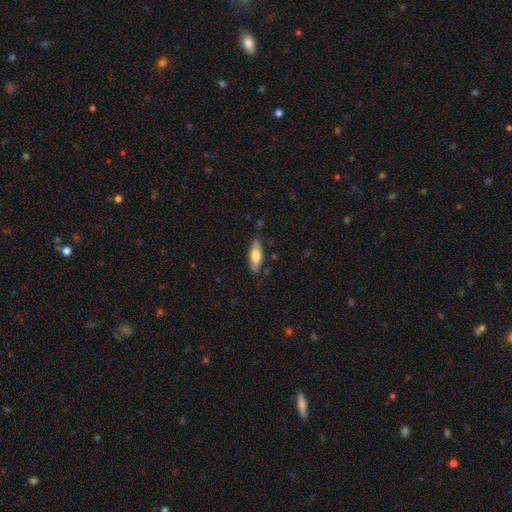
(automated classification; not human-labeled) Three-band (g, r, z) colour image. It shows a smooth galaxy with no disk features (72%) that is in between round and cigar-shaped (68%). Merging: none (75%).